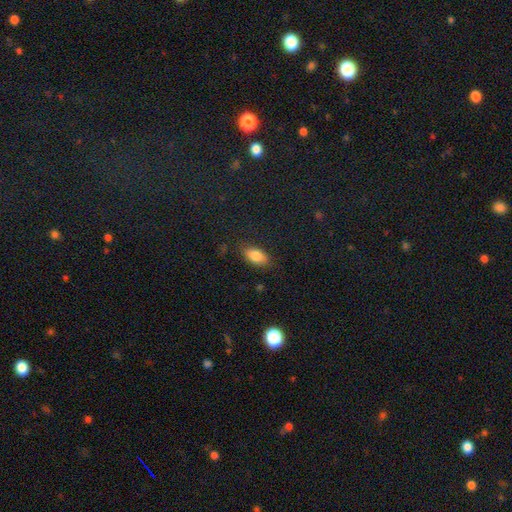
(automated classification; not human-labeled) A smooth galaxy with no disk features (81%) that is in between round and cigar-shaped (89%). Merging: none (83%).